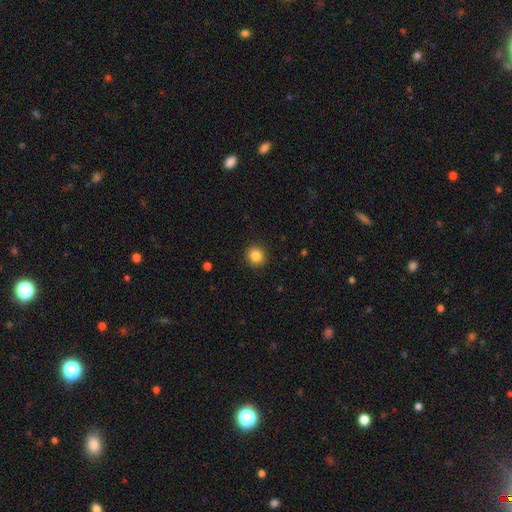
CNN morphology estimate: Overall: smooth (85%). How rounded: round (92%). Merging: none (92%).